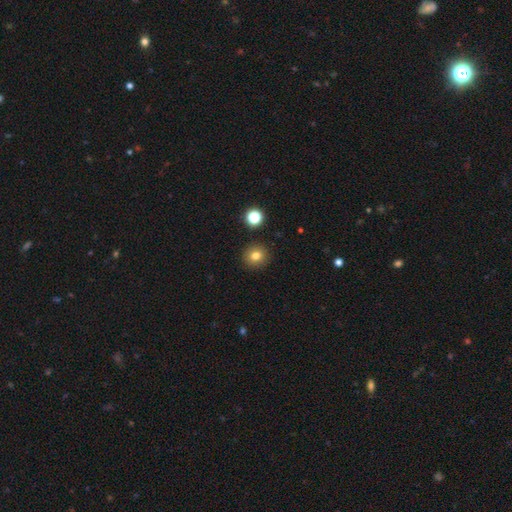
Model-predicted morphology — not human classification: smooth_or_featured: smooth (p=0.79) [alt: star or artifact p=0.13]
how_rounded: round (p=0.89) [alt: in between p=0.10]
merging: none (p=0.90) [alt: minor disturbance p=0.06]